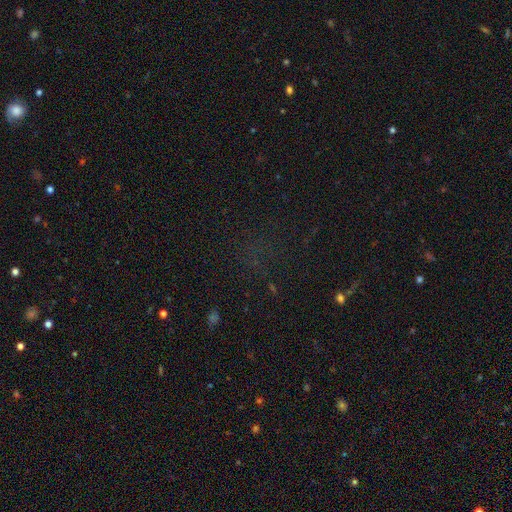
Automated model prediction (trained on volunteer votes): Smooth or featured? star or artifact (66%)